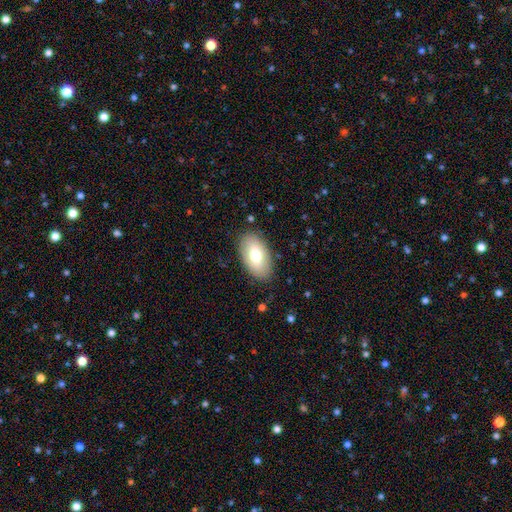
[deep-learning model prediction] Q: Smooth or featured?
A: smooth (72%); runner-up: featured or disk (21%)
Q: How rounded?
A: in between (94%); runner-up: round (5%)
Q: Merging?
A: none (86%); runner-up: minor disturbance (10%)